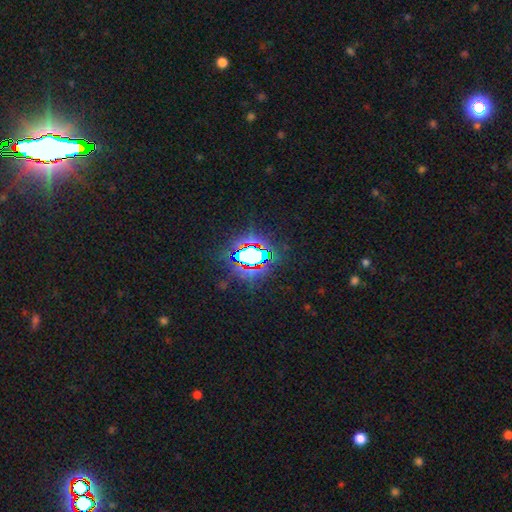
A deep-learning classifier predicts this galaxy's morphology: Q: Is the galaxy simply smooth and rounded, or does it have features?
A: star or artifact — 73%.